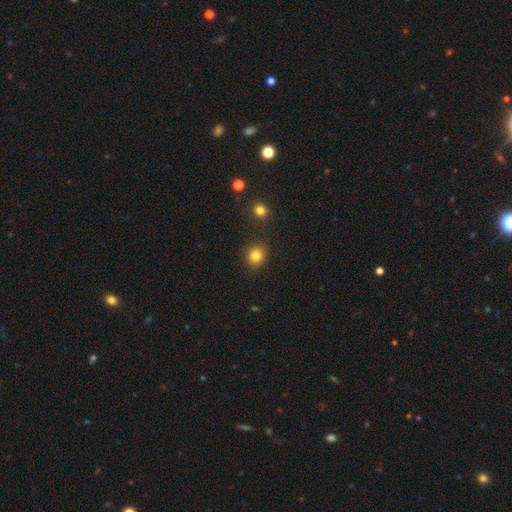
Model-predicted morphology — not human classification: Smooth or featured?
  - smooth: 83% *
  - star or artifact: 12%
  - featured or disk: 5%
How rounded?
  - round: 81% *
  - in between: 18%
  - cigar-shaped: 1%
Merging?
  - none: 89% *
  - minor disturbance: 7%
  - merger: 2%
  - major disturbance: 2%